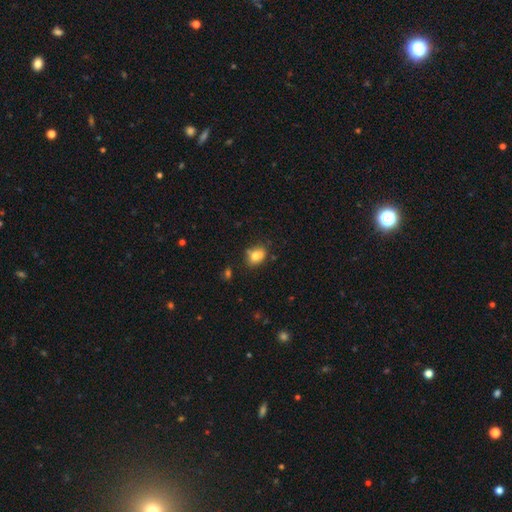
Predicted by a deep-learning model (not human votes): This is likely a smooth galaxy (71%). How rounded: possibly in between (59%). Merging: possibly none (53%).